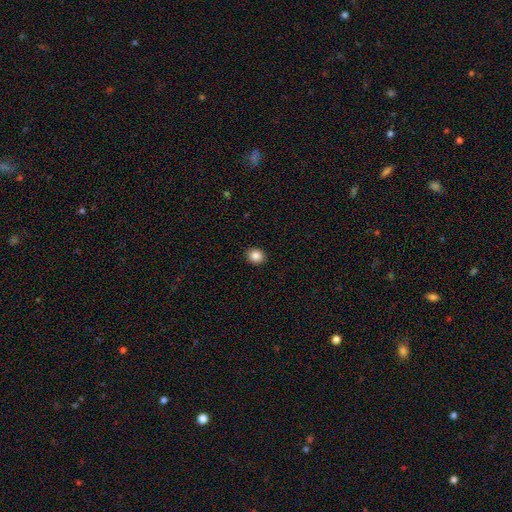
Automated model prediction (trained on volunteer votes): This is clearly a smooth galaxy (86%). How rounded: likely round (73%). Merging: clearly none (92%).